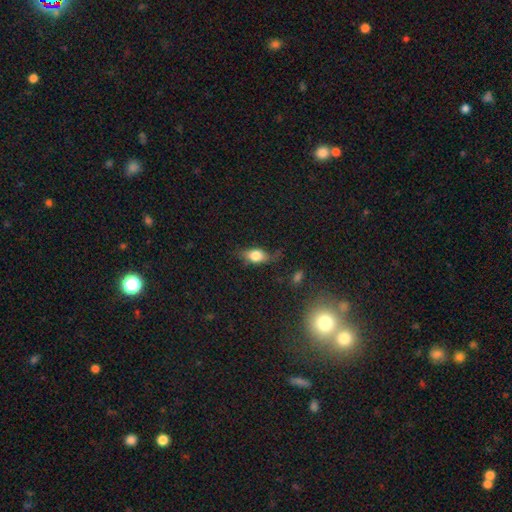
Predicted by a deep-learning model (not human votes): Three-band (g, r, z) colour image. It shows a smooth galaxy with no disk features (69%) that is in between round and cigar-shaped (75%). Merging: none (59%).